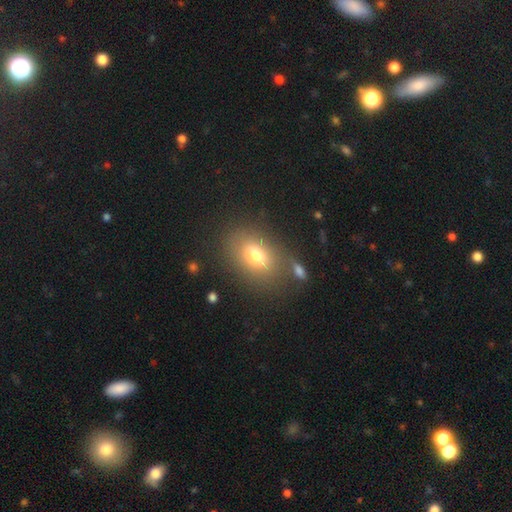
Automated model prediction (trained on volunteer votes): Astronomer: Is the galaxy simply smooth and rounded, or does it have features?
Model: smooth — 71%.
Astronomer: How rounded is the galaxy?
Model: in between — 82%.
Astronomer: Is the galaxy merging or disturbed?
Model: none — 73%.